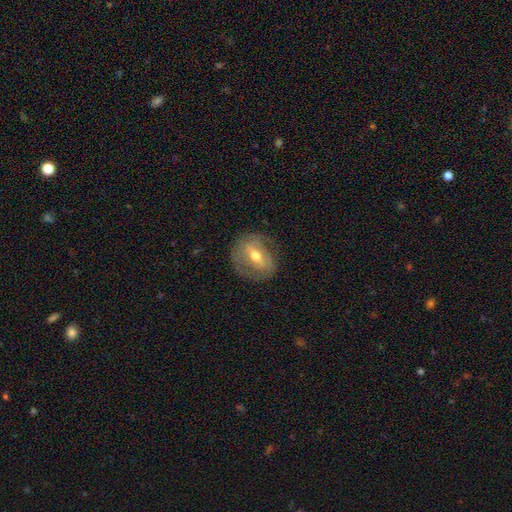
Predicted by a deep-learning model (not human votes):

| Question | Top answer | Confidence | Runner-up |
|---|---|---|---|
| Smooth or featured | featured or disk | 69% | smooth (25%) |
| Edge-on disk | no | 93% | yes (7%) |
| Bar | weak | 40% | strong (39%) |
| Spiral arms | yes | 67% | no (33%) |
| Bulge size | moderate | 70% | small (23%) |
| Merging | none | 73% | minor disturbance (18%) |